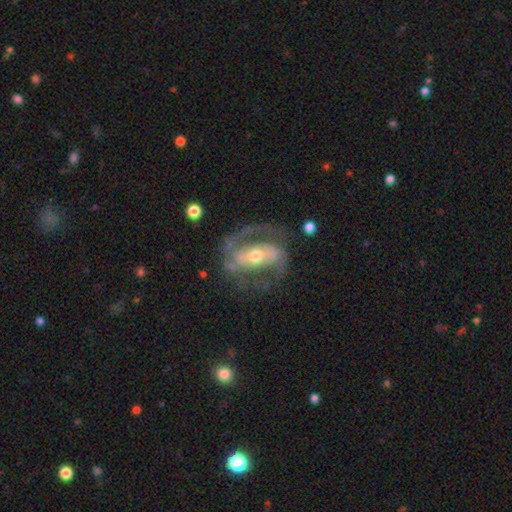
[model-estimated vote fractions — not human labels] smooth_or_featured: featured or disk (p=0.86) [alt: smooth p=0.09]
disk_edge_on: no (p=0.96) [alt: yes p=0.04]
bar: strong (p=0.45) [alt: weak p=0.34]
has_spiral_arms: yes (p=0.89) [alt: no p=0.11]
spiral_winding: medium (p=0.52) [alt: tight p=0.28]
spiral_arm_count: 2 (p=0.81) [alt: can't tell p=0.07]
bulge_size: moderate (p=0.60) [alt: small p=0.33]
merging: none (p=0.63) [alt: major disturbance p=0.18]